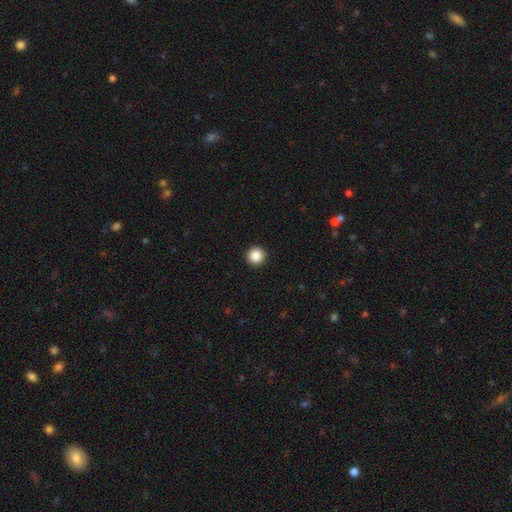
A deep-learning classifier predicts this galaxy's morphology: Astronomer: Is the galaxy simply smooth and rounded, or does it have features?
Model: smooth — 87%.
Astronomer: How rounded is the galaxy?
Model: round — 96%.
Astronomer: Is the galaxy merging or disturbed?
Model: none — 94%.